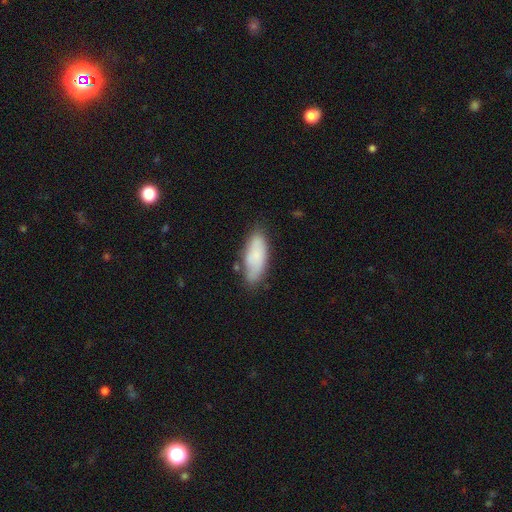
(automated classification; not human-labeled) Smooth or featured?
  - smooth: 78% *
  - featured or disk: 15%
  - star or artifact: 6%
How rounded?
  - in between: 77% *
  - cigar-shaped: 21%
  - round: 2%
Merging?
  - none: 71% *
  - minor disturbance: 21%
  - major disturbance: 4%
  - merger: 4%